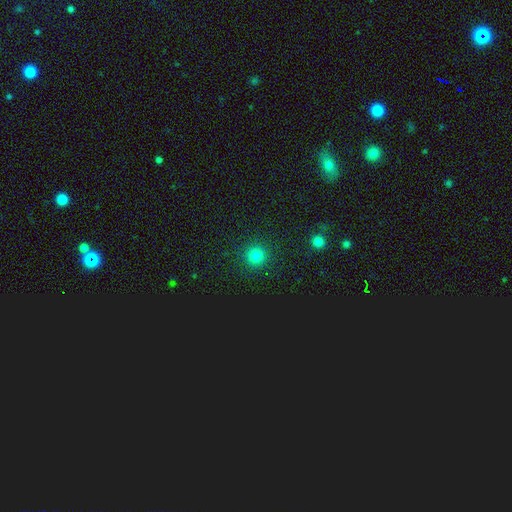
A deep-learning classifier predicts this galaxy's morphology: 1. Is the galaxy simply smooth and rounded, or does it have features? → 79% smooth, 16% star or artifact, 5% featured or disk.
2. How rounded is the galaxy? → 95% round, 4% in between, 1% cigar-shaped.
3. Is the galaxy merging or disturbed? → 92% none, 5% minor disturbance, 2% major disturbance, 1% merger.